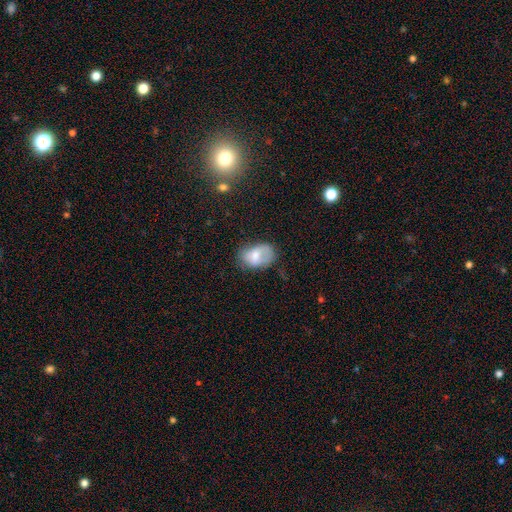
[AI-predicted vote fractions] The model was most divided on "merging": none: 52%, minor disturbance: 32%, major disturbance: 13%, merger: 3%. More confident: how rounded — in between (84%); smooth or featured — smooth (69%).